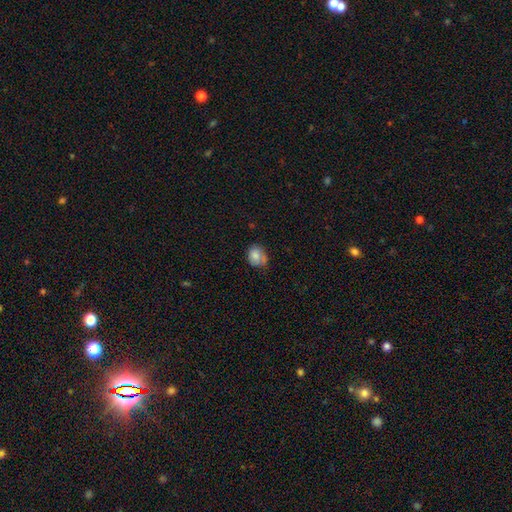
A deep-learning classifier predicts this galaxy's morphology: smooth-or-featured: smooth: 79% | featured or disk: 13% | star or artifact: 9%
  how-rounded: round: 51% | in between: 48% | cigar-shaped: 1%
  merging: none: 54% | minor disturbance: 31% | major disturbance: 9% | merger: 6%